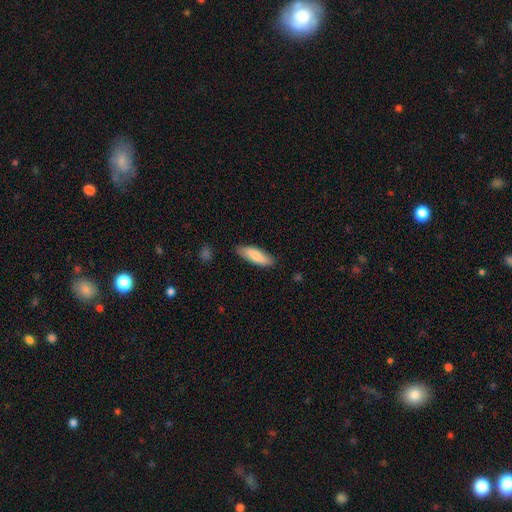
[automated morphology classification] Q: Smooth or featured?
A: smooth (81%); runner-up: featured or disk (13%)
Q: How rounded?
A: in between (54%); runner-up: cigar-shaped (45%)
Q: Merging?
A: none (84%); runner-up: minor disturbance (13%)